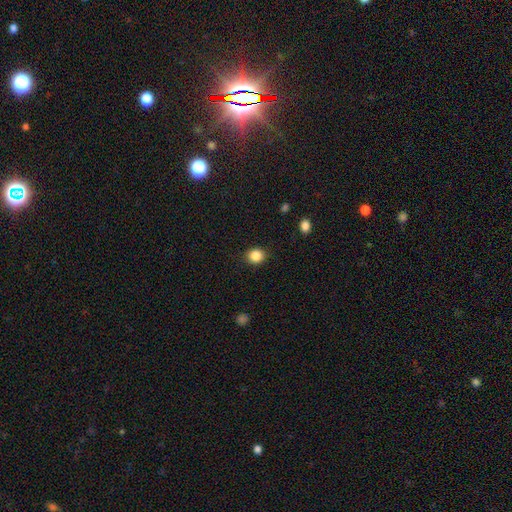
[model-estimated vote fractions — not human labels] Smooth or featured: smooth — 86% (star or artifact — 10%)
How rounded: round — 76% (in between — 23%)
Merging: none — 89% (minor disturbance — 8%)